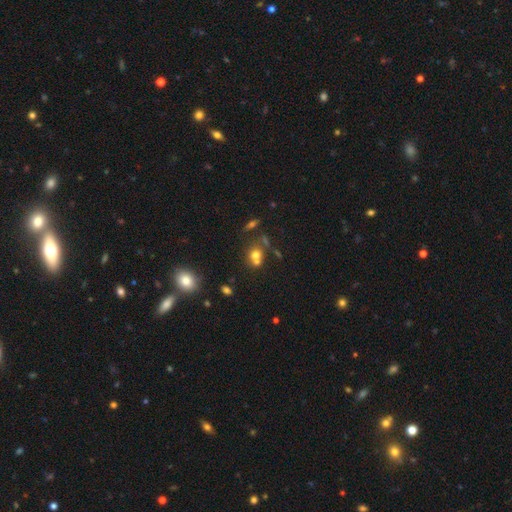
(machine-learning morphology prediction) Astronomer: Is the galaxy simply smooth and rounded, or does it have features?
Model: smooth — 66%.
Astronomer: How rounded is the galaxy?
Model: round — 75%.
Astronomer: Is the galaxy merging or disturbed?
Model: none — 43% (runner-up: merger, 42%).